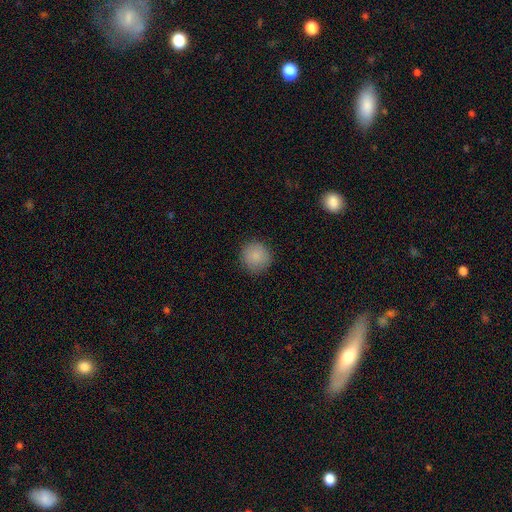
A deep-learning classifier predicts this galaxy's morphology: Q: Smooth or featured?
A: smooth (87%); runner-up: star or artifact (8%)
Q: How rounded?
A: round (93%); runner-up: in between (6%)
Q: Merging?
A: none (88%); runner-up: minor disturbance (9%)